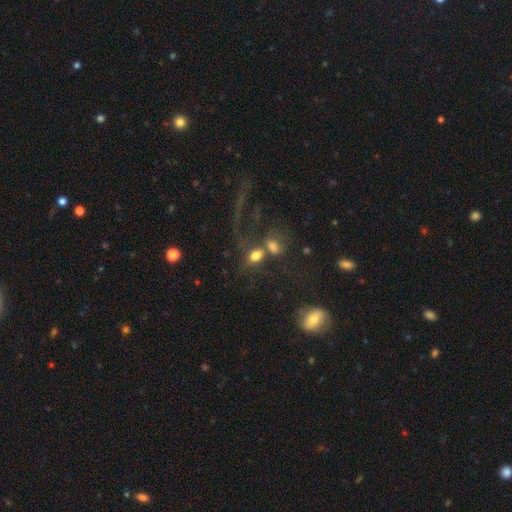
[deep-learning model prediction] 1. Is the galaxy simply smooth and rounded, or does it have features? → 69% smooth, 17% featured or disk, 14% star or artifact.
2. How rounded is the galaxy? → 73% in between, 23% round, 3% cigar-shaped.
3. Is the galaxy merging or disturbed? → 50% merger, 26% none, 15% major disturbance, 9% minor disturbance.